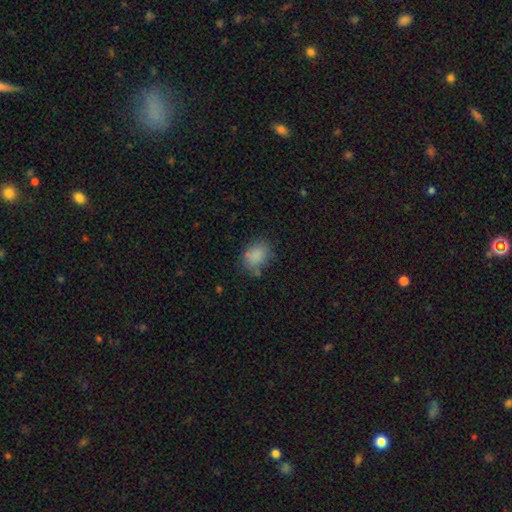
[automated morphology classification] Smooth or featured: smooth — 82% (star or artifact — 10%)
How rounded: in between — 61% (round — 38%)
Merging: none — 64% (minor disturbance — 23%)